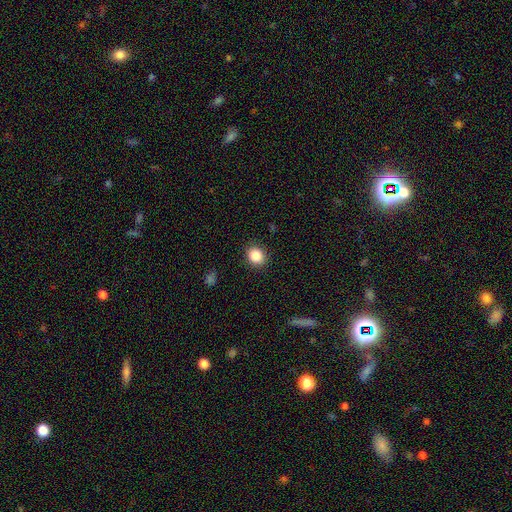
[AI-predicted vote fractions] Morphology: type=smooth (87%); roundness=round (62%); merging=none (89%).